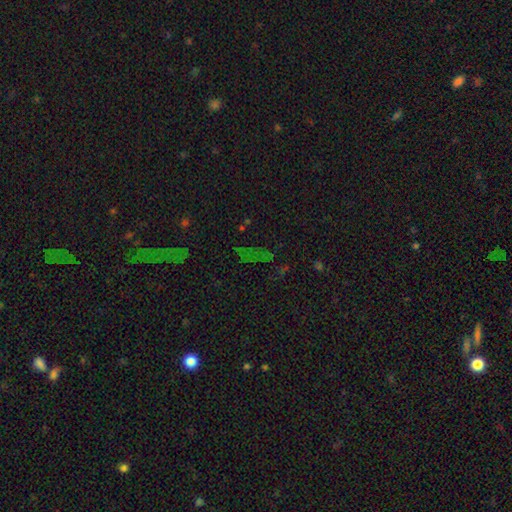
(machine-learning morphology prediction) Smooth or featured: star or artifact — 69% (smooth — 18%)